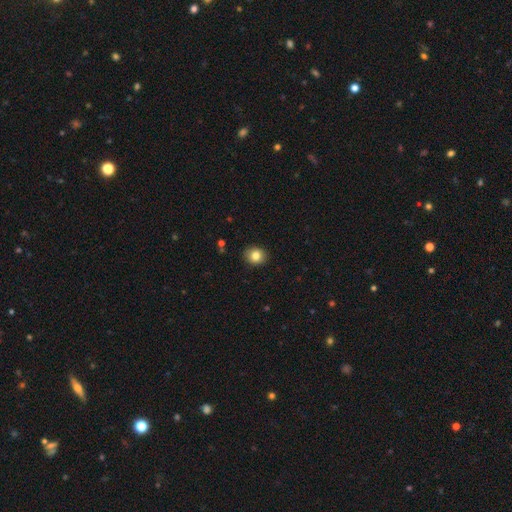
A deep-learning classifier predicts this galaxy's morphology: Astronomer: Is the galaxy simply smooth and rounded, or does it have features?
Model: smooth — 82%.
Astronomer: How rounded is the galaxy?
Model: round — 65%.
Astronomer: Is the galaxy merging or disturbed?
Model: none — 90%.